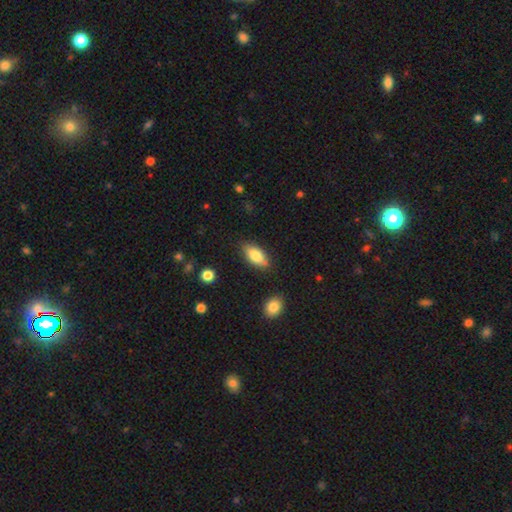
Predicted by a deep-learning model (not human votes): The model was most divided on "smooth or featured": smooth: 78%, featured or disk: 15%, star or artifact: 7%. More confident: how rounded — in between (85%); merging — none (80%).